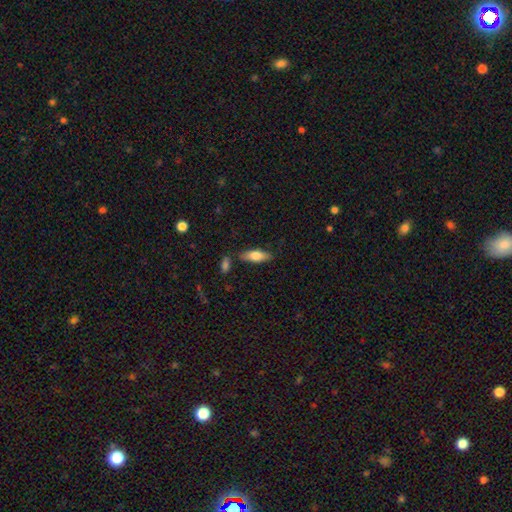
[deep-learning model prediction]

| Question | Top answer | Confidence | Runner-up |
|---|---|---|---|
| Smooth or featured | smooth | 69% | featured or disk (25%) |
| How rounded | in between | 62% | cigar-shaped (35%) |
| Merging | none | 80% | minor disturbance (13%) |